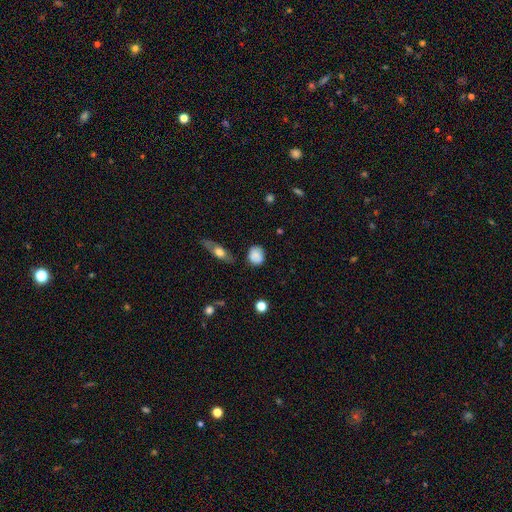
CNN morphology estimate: This is clearly a smooth galaxy (80%). How rounded: likely round (68%). Merging: likely none (73%).